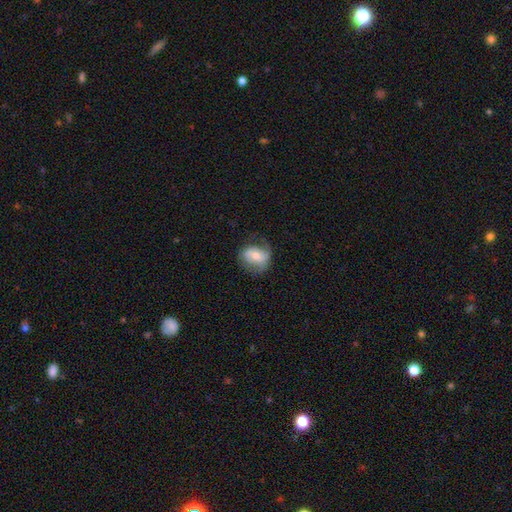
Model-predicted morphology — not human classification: Overall: smooth (48%; featured or disk 44%). Merging: none (57%; minor disturbance 26%).